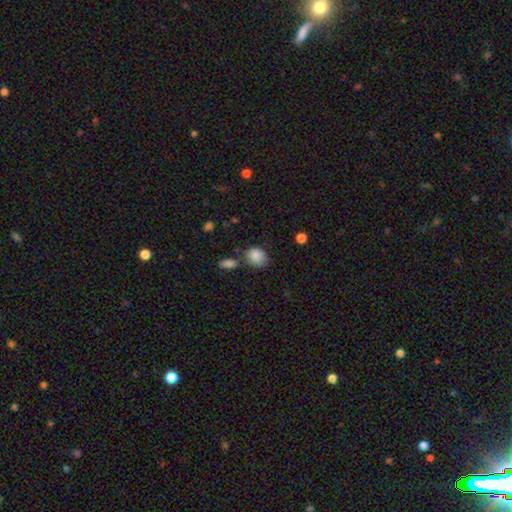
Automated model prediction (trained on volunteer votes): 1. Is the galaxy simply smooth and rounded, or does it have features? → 87% smooth, 8% star or artifact, 5% featured or disk.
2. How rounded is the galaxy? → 54% round, 44% in between, 1% cigar-shaped.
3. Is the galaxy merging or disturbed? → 65% none, 18% minor disturbance, 12% merger, 5% major disturbance.